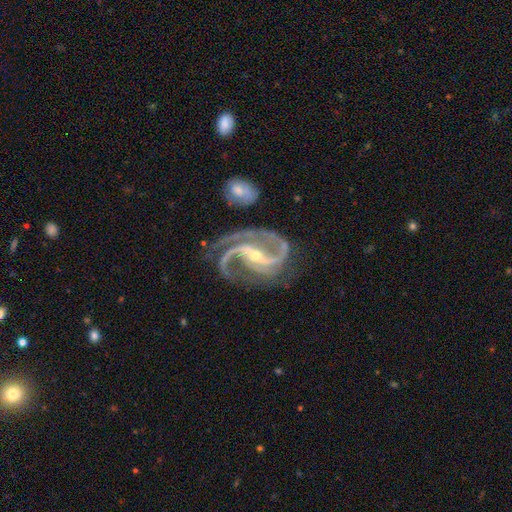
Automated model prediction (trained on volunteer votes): Smooth or featured: featured or disk — 93% (star or artifact — 4%)
Edge-on disk: no — 98% (yes — 2%)
Bar: strong — 54% (weak — 31%)
Spiral arms: yes — 98% (no — 2%)
Spiral winding: medium — 57% (loose — 28%)
Spiral arm count: 2 — 72% (3 — 15%)
Bulge size: small — 63% (moderate — 34%)
Merging: none — 55% (minor disturbance — 20%)